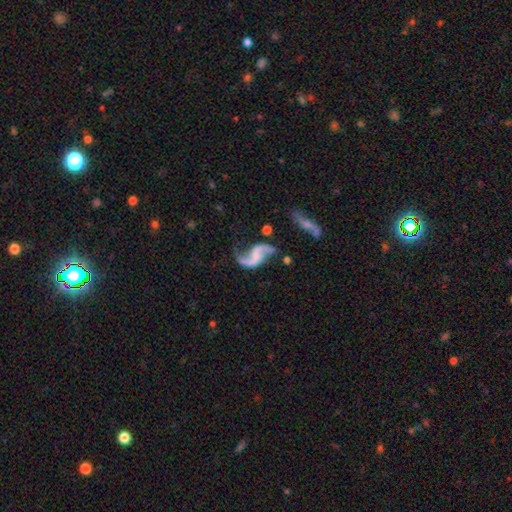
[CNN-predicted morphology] Smooth or featured? Predicted: featured or disk (p=0.88). Edge-on disk? Predicted: no (p=0.97). Bar? Predicted: no (p=0.47). Spiral arms? Predicted: yes (p=0.95). Spiral winding? Predicted: loose (p=0.85). Spiral arm count? Predicted: 2 (p=0.92). Bulge size? Predicted: none (p=0.60). Merging? Predicted: none (p=0.61).